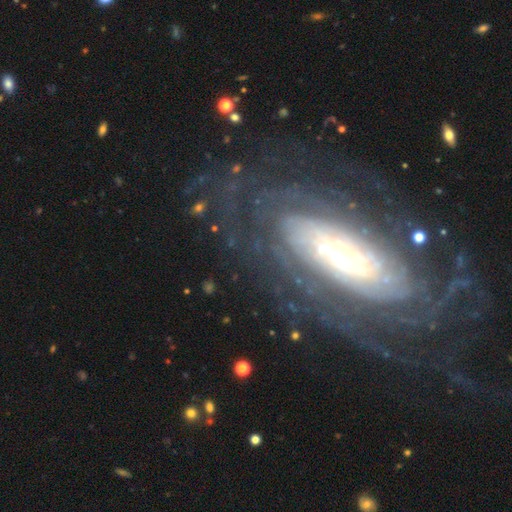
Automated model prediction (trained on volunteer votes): Morphology: type=featured or disk (85%); edge-on=no (89%); bar=no (52%); spiral arms=yes (95%); winding=tight (75%); arm count=can't tell (42%); bulge=moderate (38%); merging=none (74%).